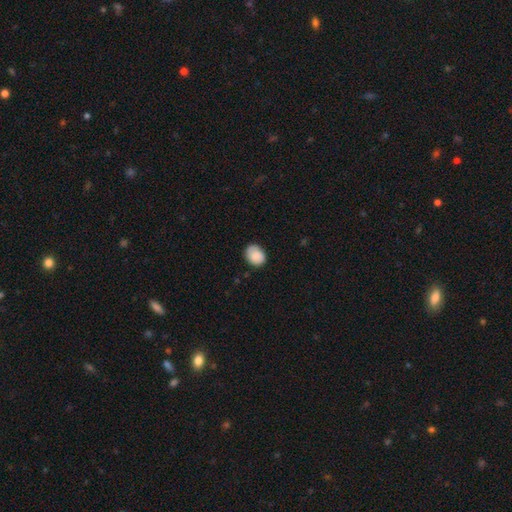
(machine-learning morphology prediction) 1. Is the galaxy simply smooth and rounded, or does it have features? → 85% smooth, 8% featured or disk, 7% star or artifact.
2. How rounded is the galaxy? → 51% in between, 48% round, 1% cigar-shaped.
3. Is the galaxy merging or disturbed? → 77% none, 19% minor disturbance, 3% major disturbance, 1% merger.